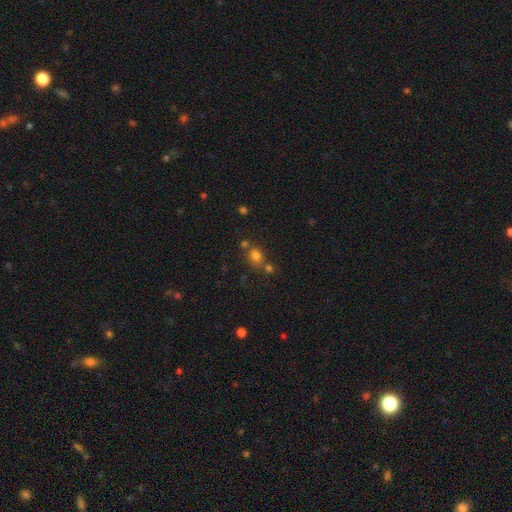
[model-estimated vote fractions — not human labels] This is likely a smooth galaxy (75%). How rounded: likely round (71%). Merging: likely none (62%).